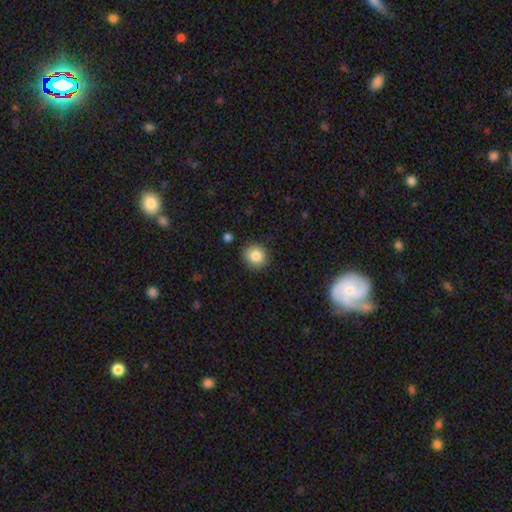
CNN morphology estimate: This is clearly a smooth galaxy (84%). How rounded: clearly round (87%). Merging: clearly none (89%).